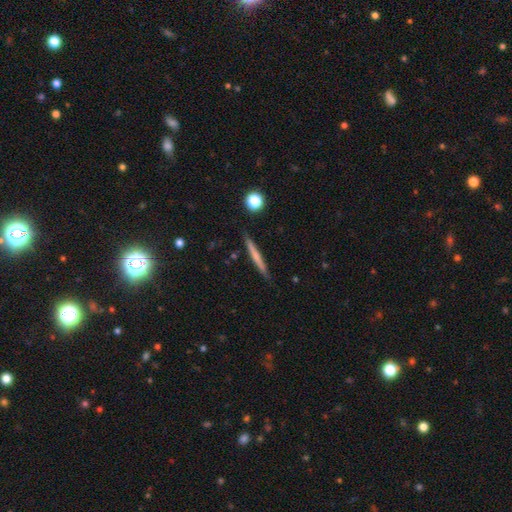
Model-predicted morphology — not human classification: Smooth or featured? Predicted: smooth (p=0.52). How rounded? Predicted: cigar-shaped (p=0.95). Merging? Predicted: none (p=0.88).